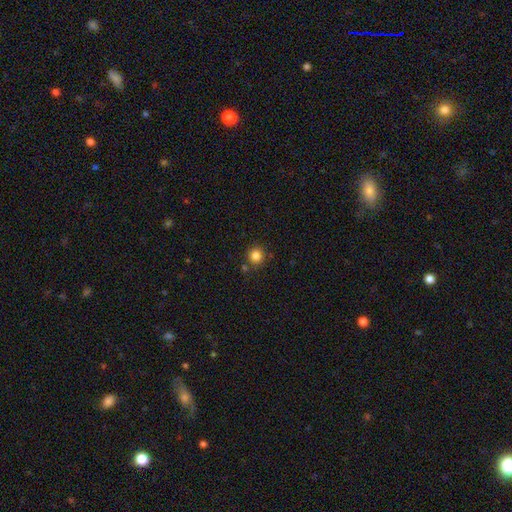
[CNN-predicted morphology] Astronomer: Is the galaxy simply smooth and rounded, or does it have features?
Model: smooth — 84%.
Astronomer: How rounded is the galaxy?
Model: round — 93%.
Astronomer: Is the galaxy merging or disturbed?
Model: none — 84%.